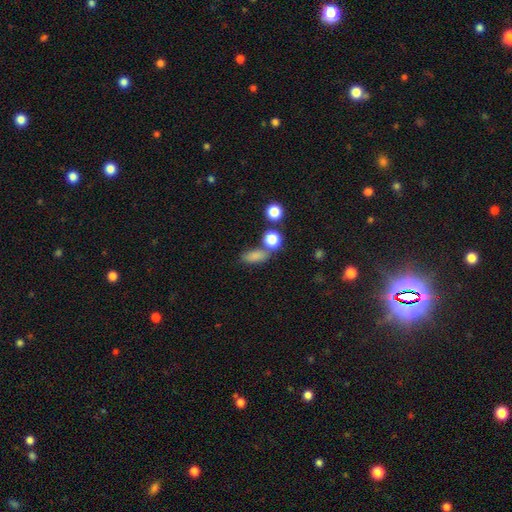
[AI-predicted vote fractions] The model was most divided on "merging": none: 63%, merger: 17%, minor disturbance: 14%, major disturbance: 6%. More confident: smooth or featured — smooth (80%); how rounded — in between (68%).